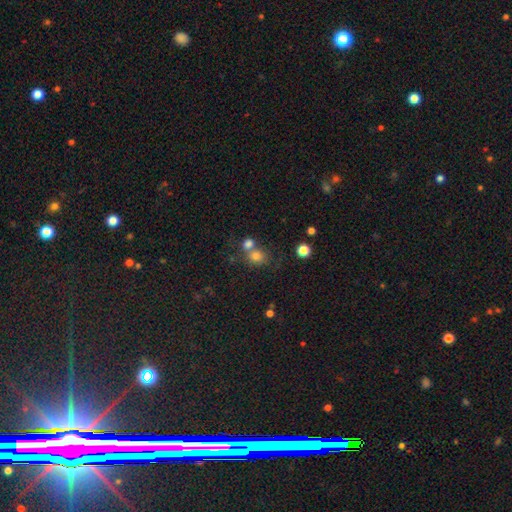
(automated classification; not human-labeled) Overall: smooth (75%). How rounded: round (73%). Merging: none (47%; merger 40%).